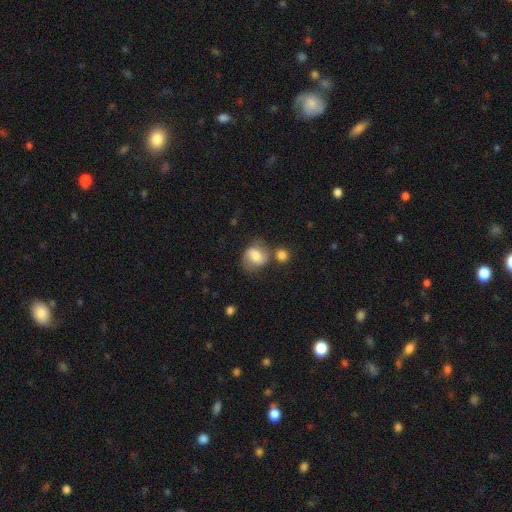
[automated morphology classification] Smooth or featured? Predicted: smooth (p=0.59). How rounded? Predicted: round (p=0.65). Merging? Predicted: none (p=0.56).